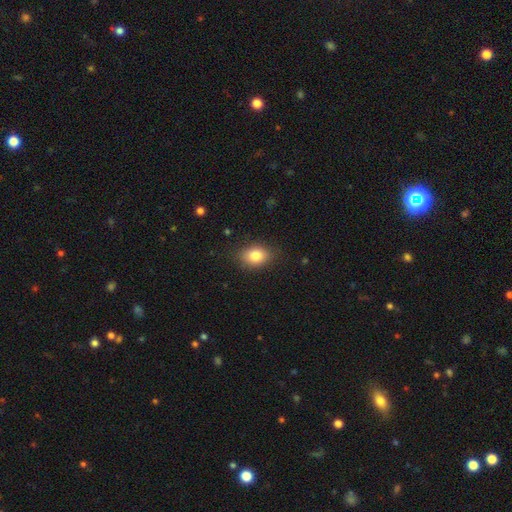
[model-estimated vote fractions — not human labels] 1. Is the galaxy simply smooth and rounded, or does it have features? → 82% smooth, 9% star or artifact, 9% featured or disk.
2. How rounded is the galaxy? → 71% in between, 28% round, 1% cigar-shaped.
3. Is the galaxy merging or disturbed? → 83% none, 13% minor disturbance, 3% major disturbance, 1% merger.